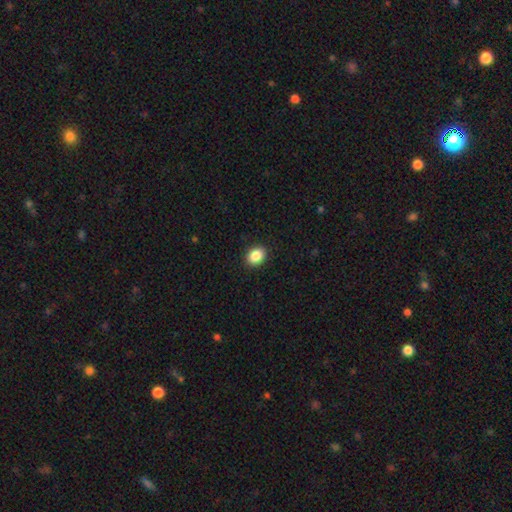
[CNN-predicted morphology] smooth 87%, star or artifact 9%, featured or disk 4%. Down the decision tree: how rounded — in between (61%); merging — none (91%).